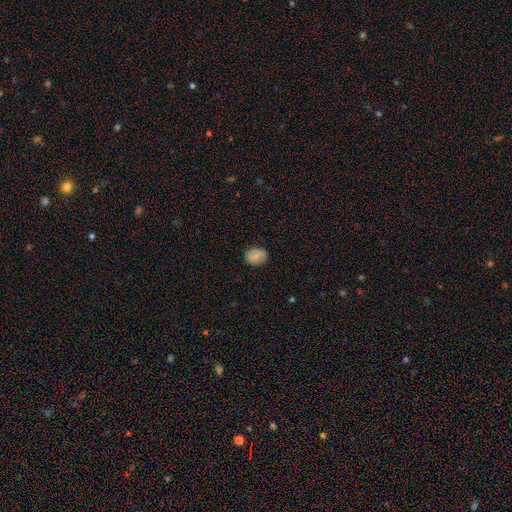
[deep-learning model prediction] Smooth or featured?
  - smooth: 81% *
  - featured or disk: 10%
  - star or artifact: 8%
How rounded?
  - in between: 60% *
  - round: 39%
  - cigar-shaped: 1%
Merging?
  - none: 86% *
  - minor disturbance: 11%
  - major disturbance: 2%
  - merger: 1%